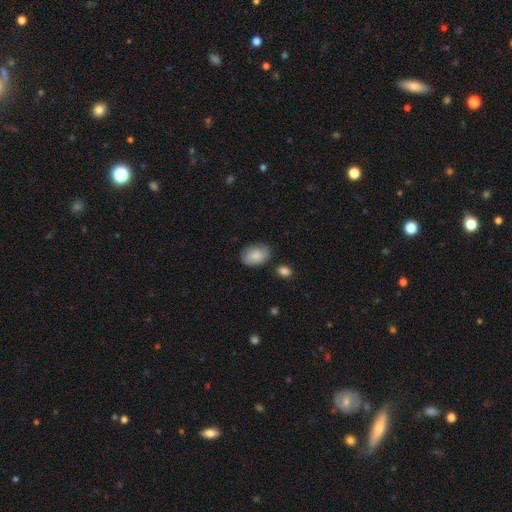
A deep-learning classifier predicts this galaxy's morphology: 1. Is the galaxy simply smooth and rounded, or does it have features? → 85% smooth, 9% featured or disk, 6% star or artifact.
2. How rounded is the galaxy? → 83% in between, 16% round, 1% cigar-shaped.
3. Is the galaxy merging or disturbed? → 75% none, 18% minor disturbance, 4% major disturbance, 4% merger.